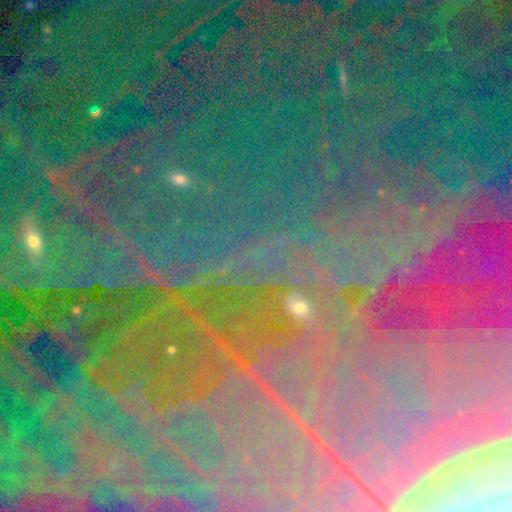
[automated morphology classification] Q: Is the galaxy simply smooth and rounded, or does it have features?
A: star or artifact — 86%.